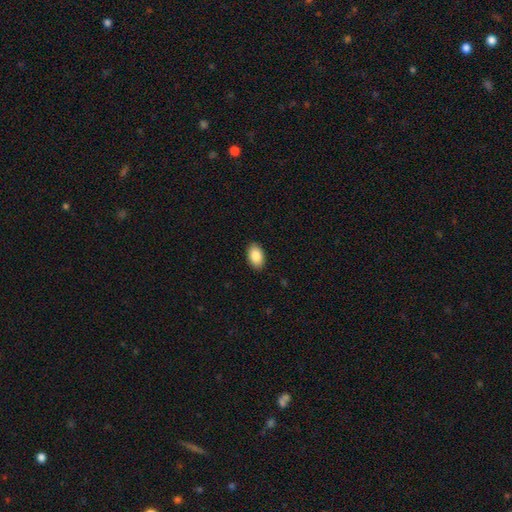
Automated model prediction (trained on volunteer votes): Morphology: type=smooth (88%); roundness=in between (92%); merging=none (89%).